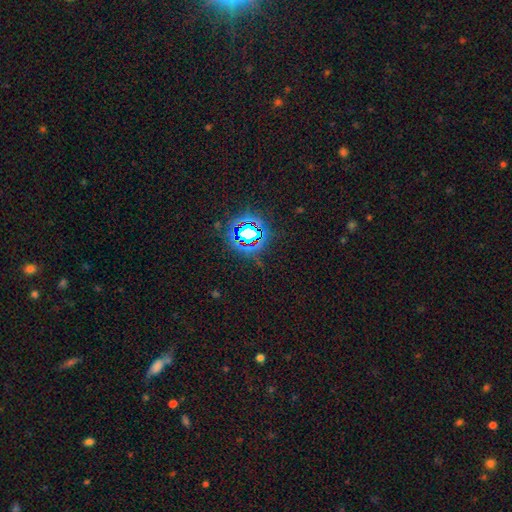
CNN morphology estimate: Q: Smooth or featured?
A: star or artifact (80%); runner-up: smooth (13%)